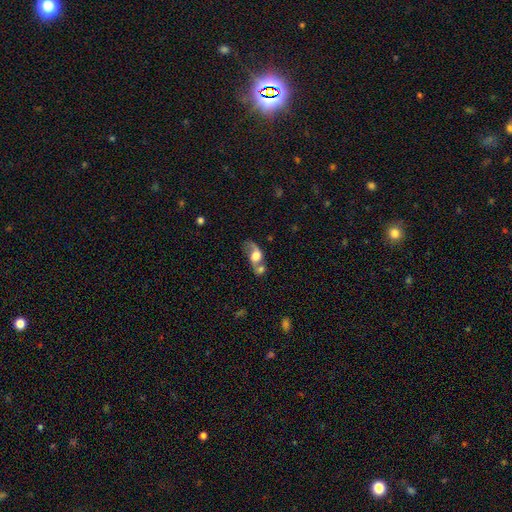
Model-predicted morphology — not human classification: Smooth or featured? smooth (45%, tied with featured or disk)
Merging? merger (48%)